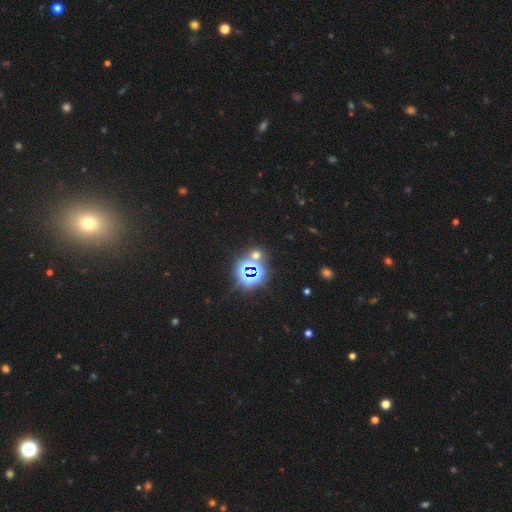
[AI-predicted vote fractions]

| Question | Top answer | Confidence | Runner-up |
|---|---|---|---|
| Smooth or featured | star or artifact | 65% | smooth (28%) |